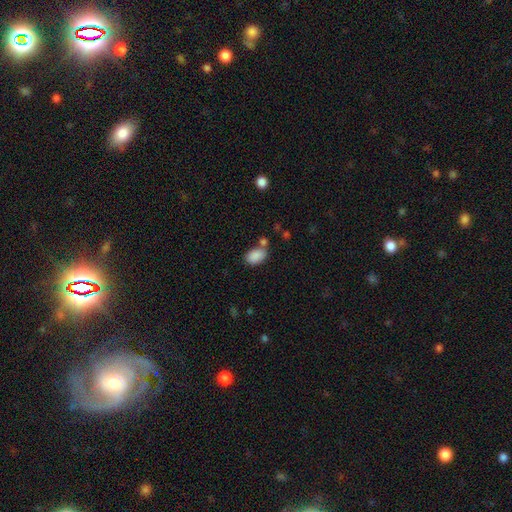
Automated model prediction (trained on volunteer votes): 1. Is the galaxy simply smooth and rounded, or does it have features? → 88% smooth, 8% star or artifact, 4% featured or disk.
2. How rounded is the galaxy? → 89% in between, 10% round, 1% cigar-shaped.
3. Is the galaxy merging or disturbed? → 66% none, 16% merger, 14% minor disturbance, 4% major disturbance.